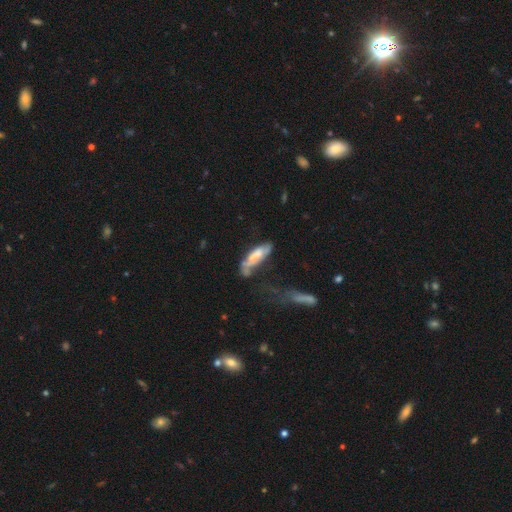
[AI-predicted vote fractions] Smooth or featured?
  - smooth: 53% *
  - featured or disk: 40%
  - star or artifact: 7%
How rounded?
  - cigar-shaped: 53% *
  - in between: 46%
  - round: 2%
Merging?
  - none: 32% *
  - minor disturbance: 28%
  - major disturbance: 27%
  - merger: 13%